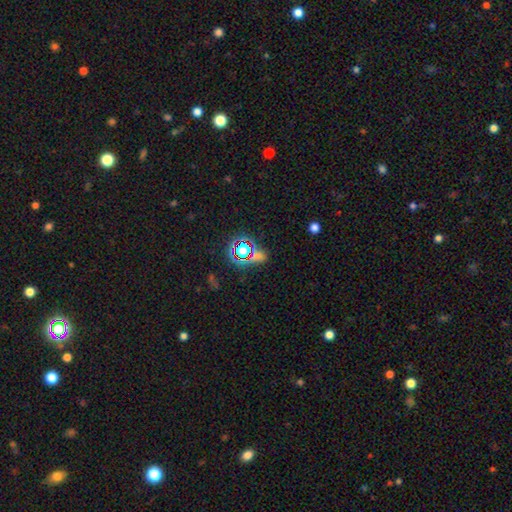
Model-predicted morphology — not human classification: The model was most divided on "smooth or featured": star or artifact: 71%, smooth: 20%, featured or disk: 10%.